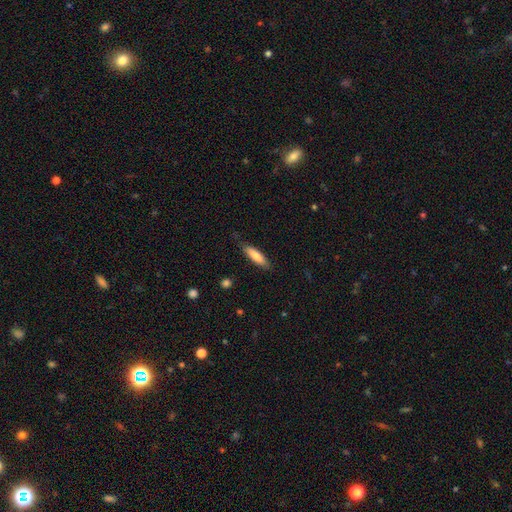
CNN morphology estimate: A smooth galaxy with no disk features (79%) that is cigar-shaped (65%).

Vote fractions:
- Smooth or featured? smooth: 79% / featured or disk: 16% / star or artifact: 6%
- How rounded? cigar-shaped: 65% / in between: 34% / round: 1%
- Merging? none: 82% / minor disturbance: 14% / major disturbance: 3% / merger: 1%